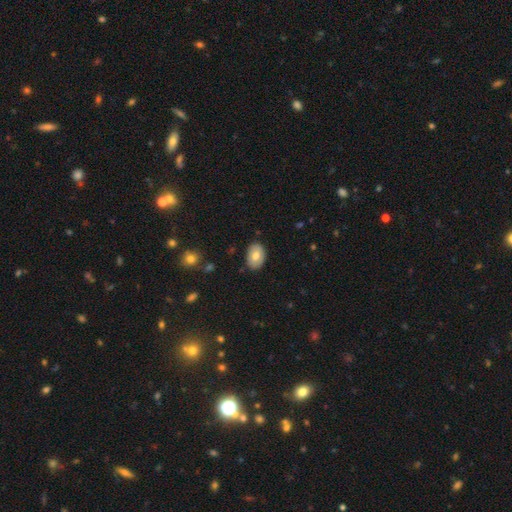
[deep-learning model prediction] A smooth galaxy with no disk features (74%) that is in between round and cigar-shaped (86%).

Vote fractions:
- Smooth or featured? smooth: 74% / featured or disk: 20% / star or artifact: 7%
- How rounded? in between: 86% / round: 13% / cigar-shaped: 1%
- Merging? none: 85% / minor disturbance: 12% / major disturbance: 2% / merger: 1%